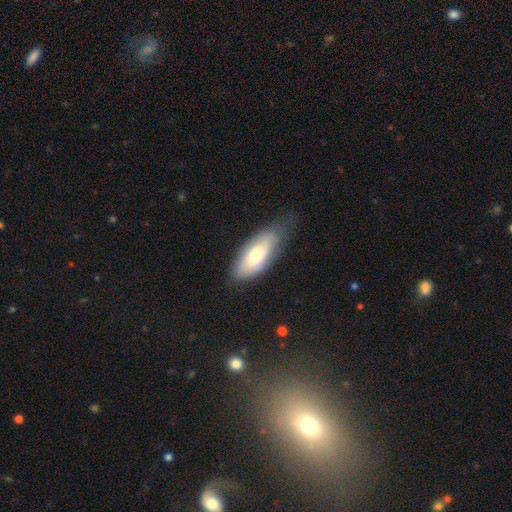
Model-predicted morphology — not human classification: smooth-or-featured: smooth: 71% | featured or disk: 23% | star or artifact: 7%
  how-rounded: in between: 83% | cigar-shaped: 15% | round: 2%
  merging: none: 56% | minor disturbance: 32% | major disturbance: 11% | merger: 2%